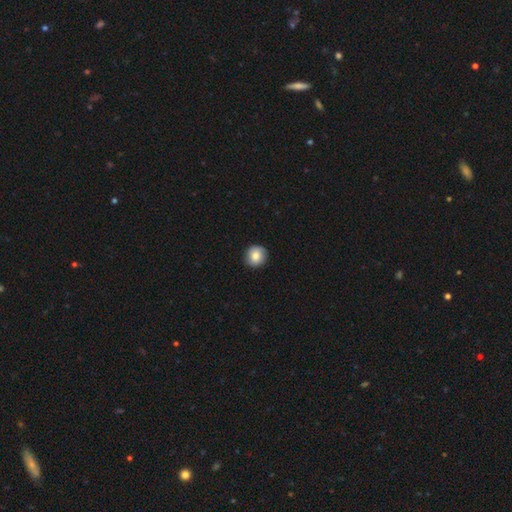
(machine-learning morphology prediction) This is clearly a smooth galaxy (81%). How rounded: clearly round (90%). Merging: clearly none (87%).